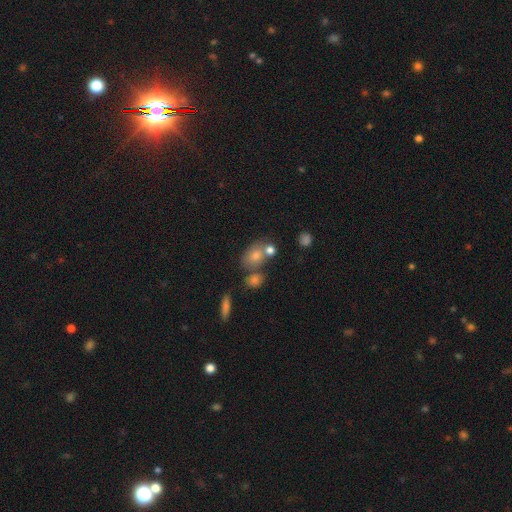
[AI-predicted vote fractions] smooth_or_featured: smooth (p=0.67) [alt: star or artifact p=0.17]
how_rounded: in between (p=0.57) [alt: round p=0.40]
merging: none (p=0.54) [alt: merger p=0.28]